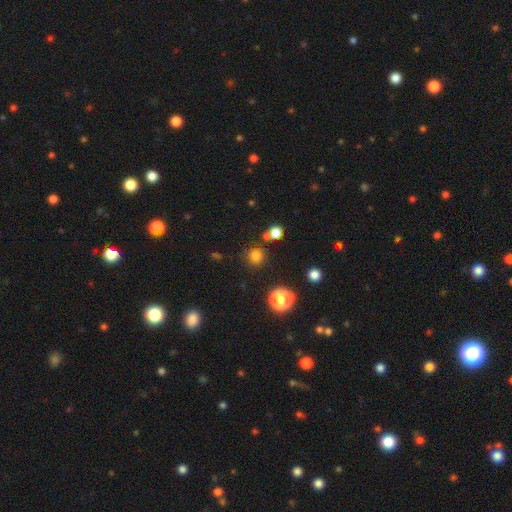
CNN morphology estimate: Smooth or featured: smooth — 77% (star or artifact — 18%)
How rounded: round — 91% (in between — 8%)
Merging: none — 83% (minor disturbance — 8%)